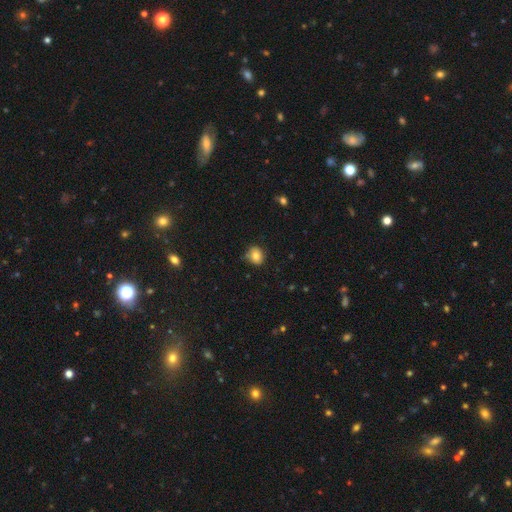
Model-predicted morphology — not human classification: Overall: smooth (79%). How rounded: round (67%; in between 32%). Merging: none (77%).